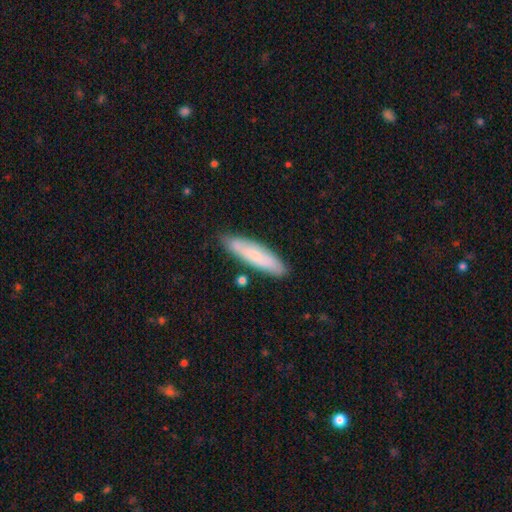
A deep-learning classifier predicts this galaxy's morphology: A smooth galaxy with no disk features (68%) that is cigar-shaped (75%). Merging: none (84%).